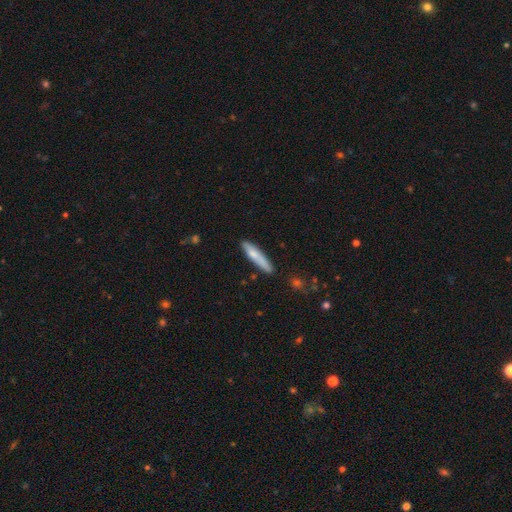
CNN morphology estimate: Smooth or featured? smooth (72%)
How rounded? cigar-shaped (85%)
Merging? none (81%)